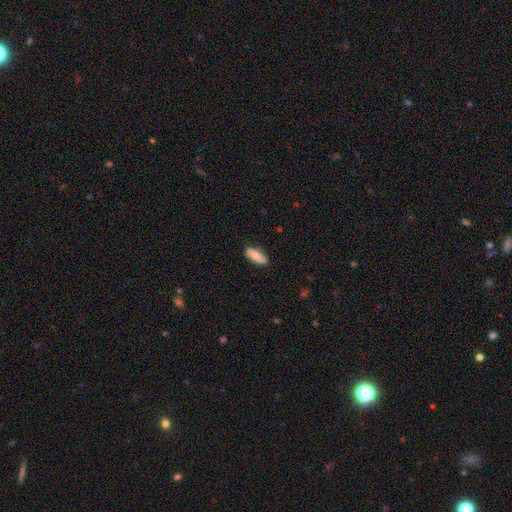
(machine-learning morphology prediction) A smooth galaxy with no disk features (70%) that is in between round and cigar-shaped (72%). Merging: none (81%).